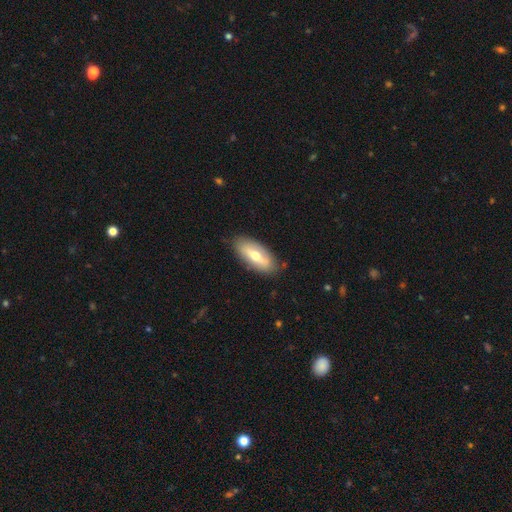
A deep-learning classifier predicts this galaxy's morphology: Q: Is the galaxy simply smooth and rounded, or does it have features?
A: smooth — 51%.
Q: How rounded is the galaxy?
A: in between — 82%.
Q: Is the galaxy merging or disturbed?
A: none — 83%.